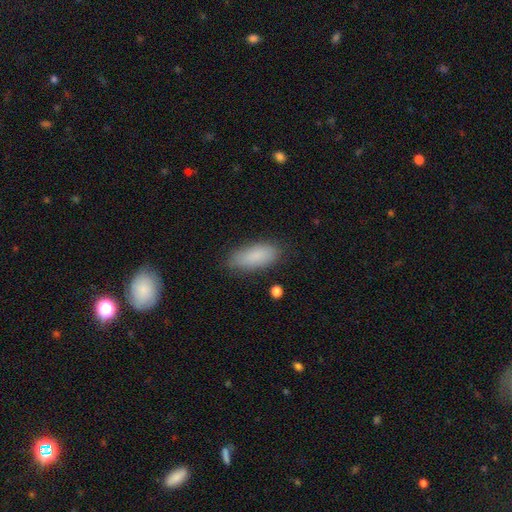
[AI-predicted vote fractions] Morphology: type=smooth (86%); roundness=in between (78%); merging=none (82%).